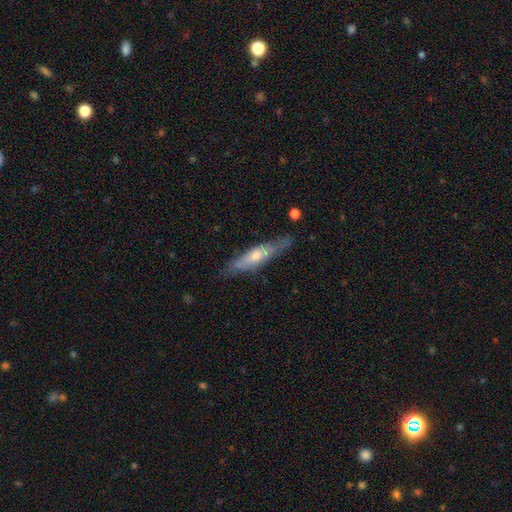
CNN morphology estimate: The model was most divided on "smooth or featured": featured or disk: 54%, smooth: 40%, star or artifact: 6%. More confident: edge-on disk — yes (74%); merging — none (74%).